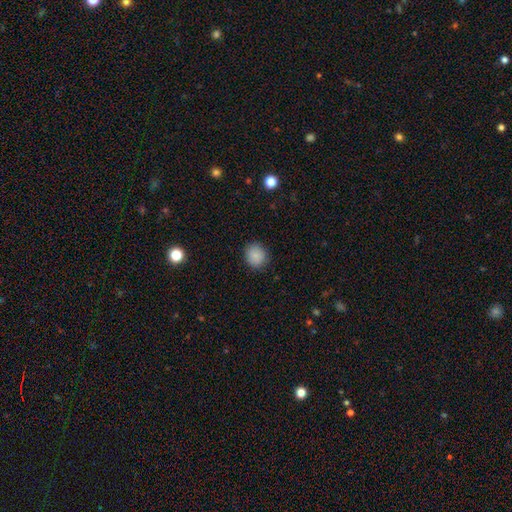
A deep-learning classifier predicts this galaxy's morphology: A smooth galaxy with no disk features (86%) that is round (81%). Merging: none (86%).